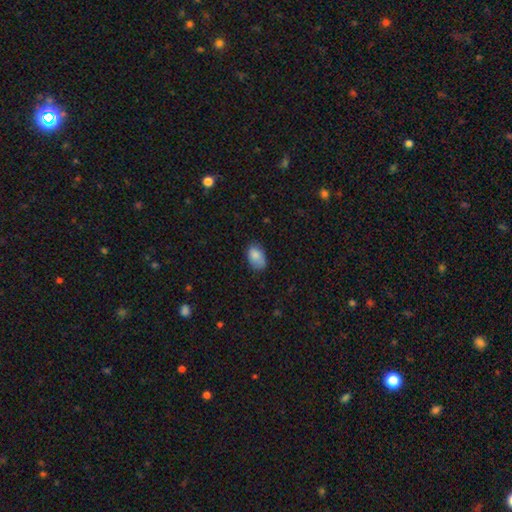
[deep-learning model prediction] This is clearly a smooth galaxy (85%). How rounded: clearly in between (89%). Merging: likely none (66%).